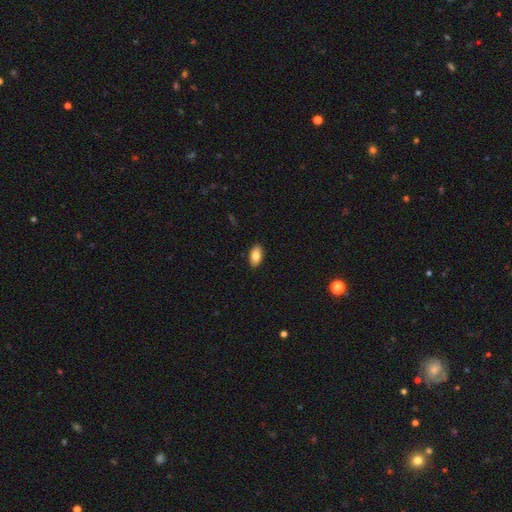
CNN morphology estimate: smooth_or_featured: smooth (p=0.83) [alt: featured or disk p=0.10]
how_rounded: in between (p=0.92) [alt: cigar-shaped p=0.04]
merging: none (p=0.90) [alt: minor disturbance p=0.08]